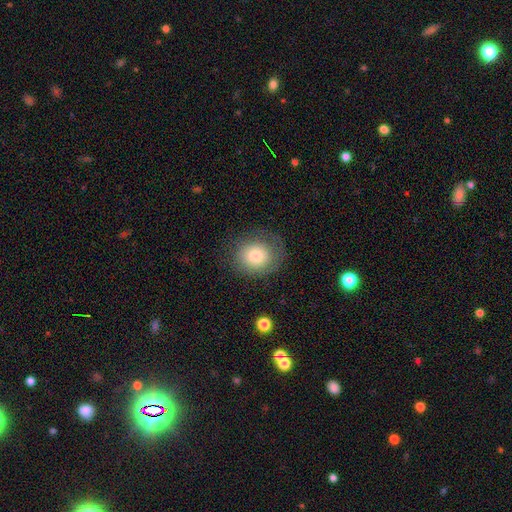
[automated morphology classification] smooth 75%, featured or disk 16%, star or artifact 9%. Down the decision tree: how rounded — round (76%); merging — none (73%).